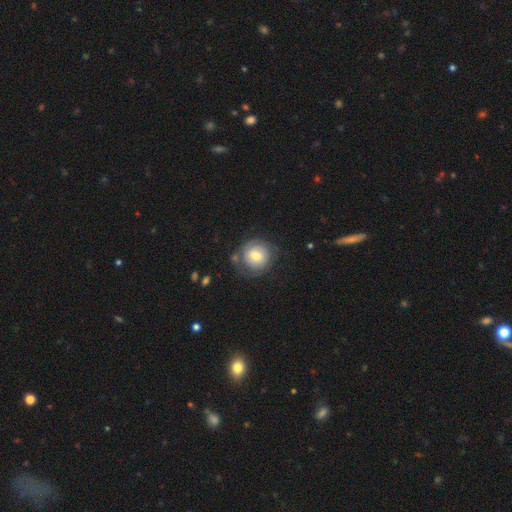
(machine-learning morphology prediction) The model was most divided on "smooth or featured": smooth: 50%, featured or disk: 42%, star or artifact: 8%. More confident: how rounded — round (89%); merging — none (66%).